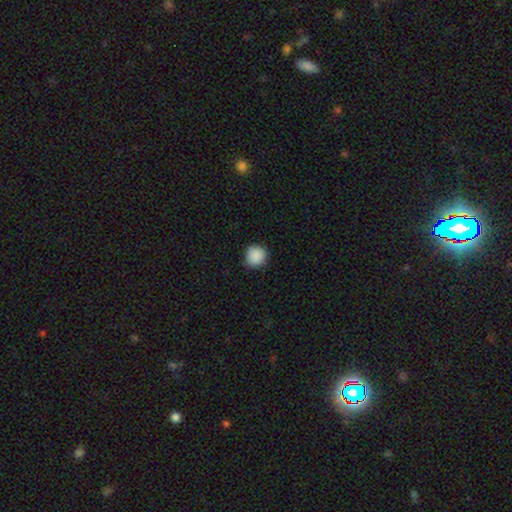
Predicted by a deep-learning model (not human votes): The model was most divided on "merging": none: 84%, minor disturbance: 12%, major disturbance: 2%, merger: 1%. More confident: how rounded — round (90%); smooth or featured — smooth (89%).